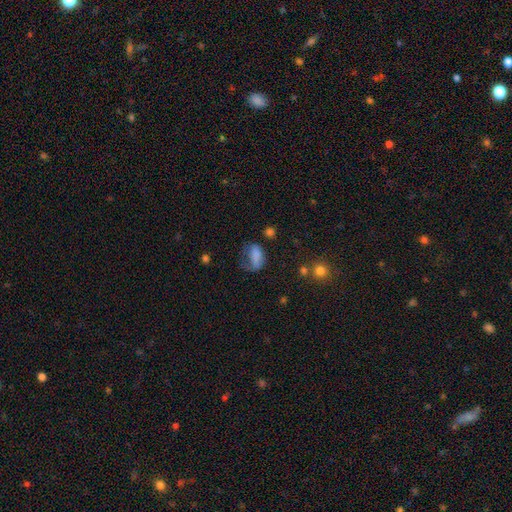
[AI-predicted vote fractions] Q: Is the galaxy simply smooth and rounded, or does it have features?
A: smooth — 71%.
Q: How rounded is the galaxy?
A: in between — 84%.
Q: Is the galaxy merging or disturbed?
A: major disturbance — 42%.